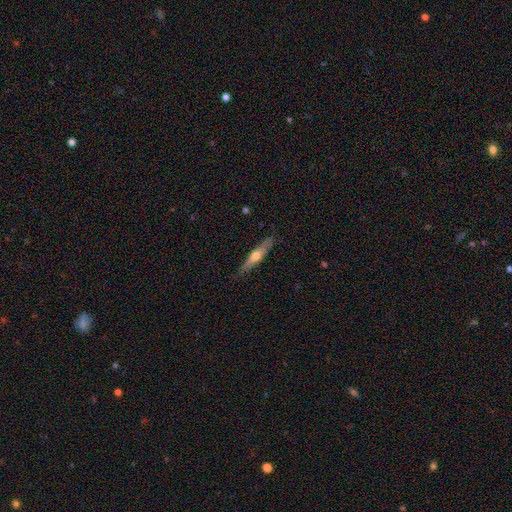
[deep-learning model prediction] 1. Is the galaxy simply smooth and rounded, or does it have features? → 48% featured or disk, 46% smooth, 5% star or artifact.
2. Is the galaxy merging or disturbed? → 84% none, 13% minor disturbance, 2% major disturbance, 1% merger.